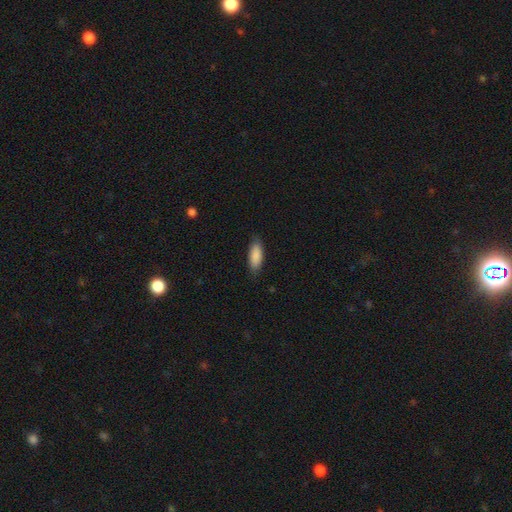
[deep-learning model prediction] Smooth or featured? smooth (88%)
How rounded? in between (73%)
Merging? none (84%)